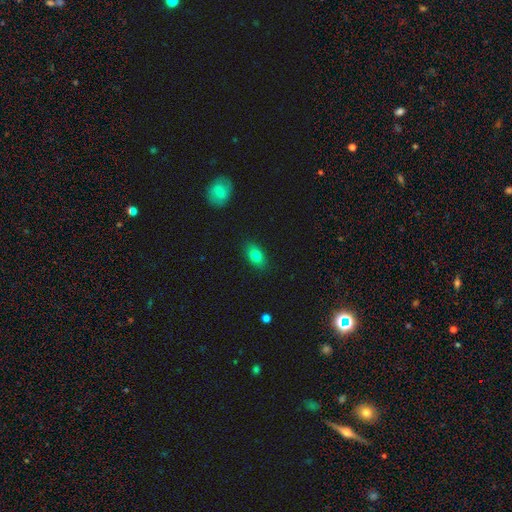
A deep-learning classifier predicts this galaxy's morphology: This is likely a smooth galaxy (80%). How rounded: clearly in between (85%). Merging: clearly none (87%).